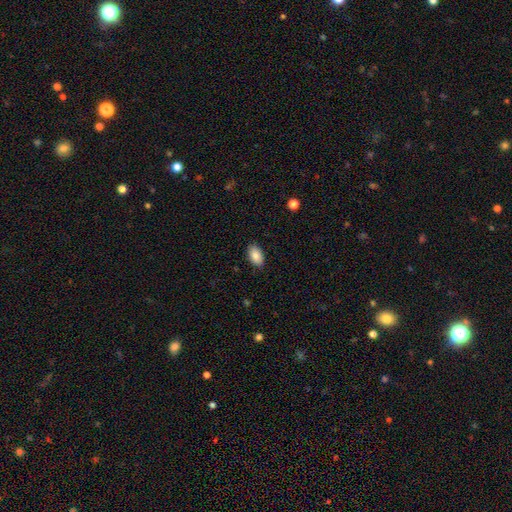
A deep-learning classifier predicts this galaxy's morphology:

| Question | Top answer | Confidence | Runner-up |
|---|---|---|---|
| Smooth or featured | smooth | 87% | star or artifact (7%) |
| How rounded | in between | 93% | round (5%) |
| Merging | none | 87% | minor disturbance (10%) |